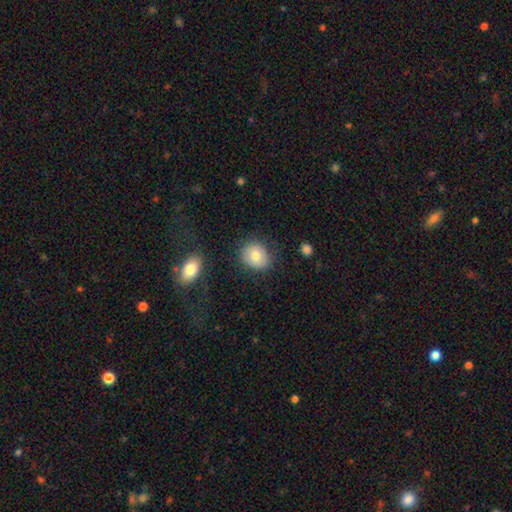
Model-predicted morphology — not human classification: Smooth or featured? Predicted: smooth (p=0.79). How rounded? Predicted: round (p=0.62). Merging? Predicted: none (p=0.79).